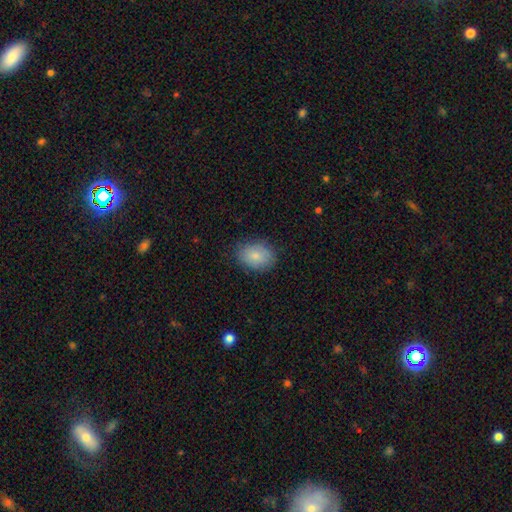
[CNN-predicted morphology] A smooth galaxy with no disk features (83%) that is in between round and cigar-shaped (68%).

Vote fractions:
- Smooth or featured? smooth: 83% / featured or disk: 10% / star or artifact: 7%
- How rounded? in between: 68% / round: 31% / cigar-shaped: 1%
- Merging? none: 83% / minor disturbance: 13% / major disturbance: 3% / merger: 1%